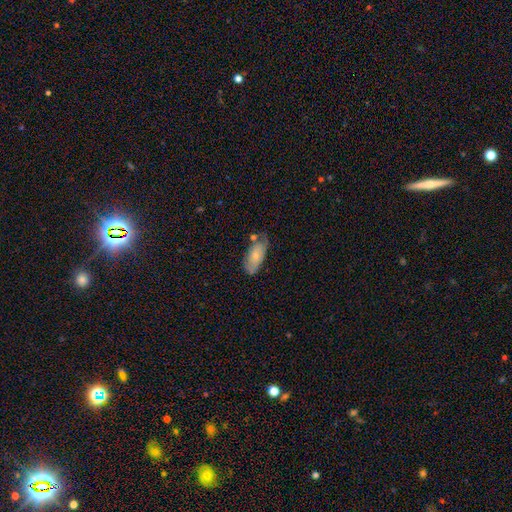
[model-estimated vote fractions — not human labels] Smooth or featured?
  - smooth: 71% *
  - featured or disk: 22%
  - star or artifact: 6%
How rounded?
  - in between: 86% *
  - cigar-shaped: 11%
  - round: 3%
Merging?
  - none: 51% *
  - minor disturbance: 32%
  - major disturbance: 9%
  - merger: 8%